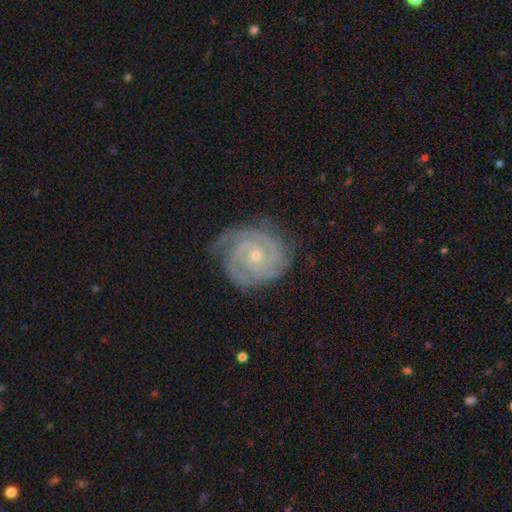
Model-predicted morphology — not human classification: featured or disk 91%, star or artifact 5%, smooth 4%. Down the decision tree: edge-on disk — no (98%); bar — no (73%); spiral arms — yes (98%); spiral arm count — 3 (36%); spiral winding — tight (81%); bulge size — small (69%); merging — none (77%).